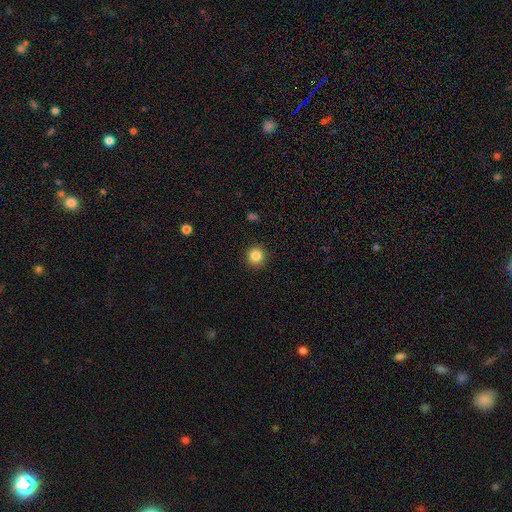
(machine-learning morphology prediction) Overall: smooth (84%). How rounded: round (94%). Merging: none (92%).